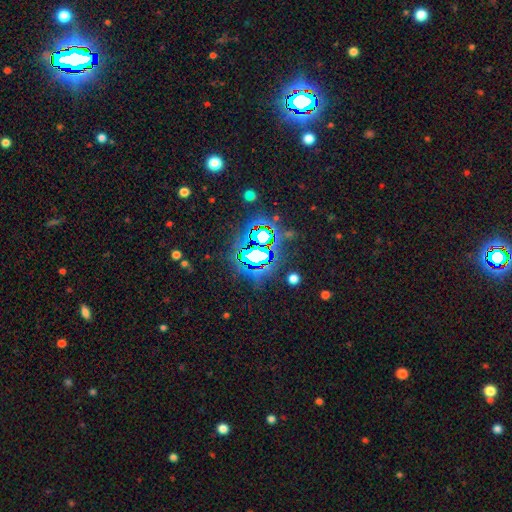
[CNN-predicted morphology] Smooth or featured: star or artifact — 75% (smooth — 14%)